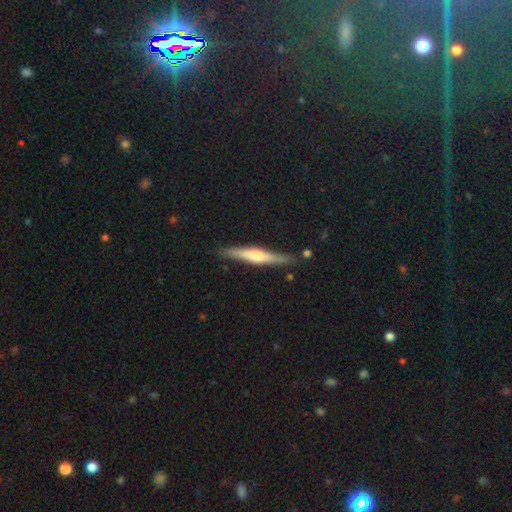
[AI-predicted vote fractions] This is possibly a featured or disk galaxy (55%). It is clearly viewed edge-on (96%). Edge-on bulge: likely rounded (66%). Merging: clearly none (85%).